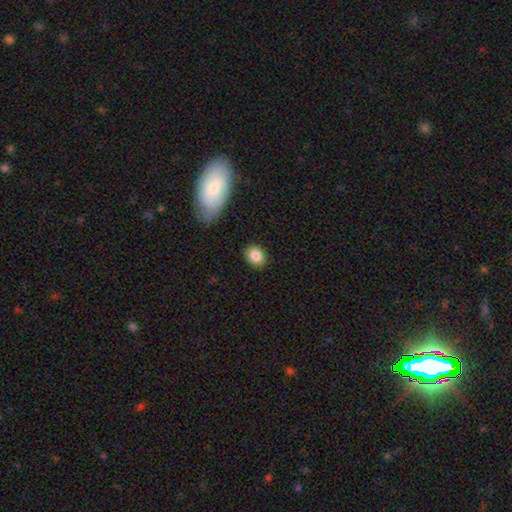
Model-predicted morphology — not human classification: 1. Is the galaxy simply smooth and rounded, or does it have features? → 84% smooth, 9% star or artifact, 7% featured or disk.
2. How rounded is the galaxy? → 53% in between, 46% round, 1% cigar-shaped.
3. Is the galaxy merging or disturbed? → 88% none, 8% minor disturbance, 2% major disturbance, 1% merger.